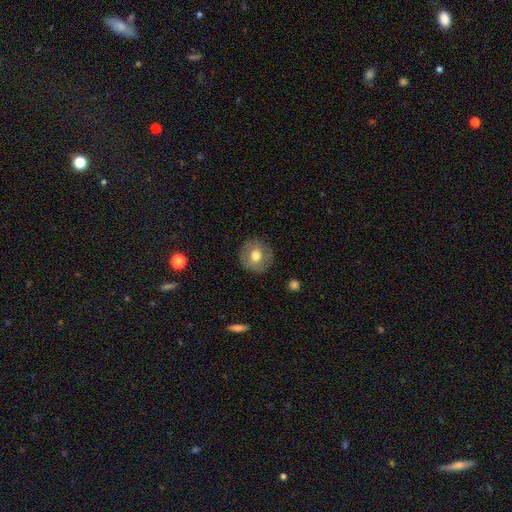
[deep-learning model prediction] Smooth or featured? smooth (62%)
How rounded? round (91%)
Merging? none (86%)